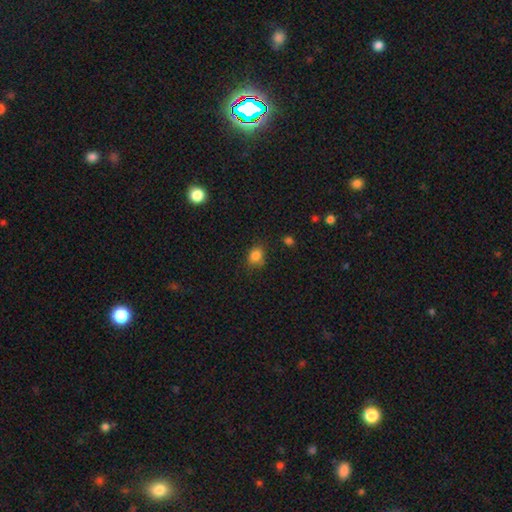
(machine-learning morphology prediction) This is clearly a smooth galaxy (83%). How rounded: possibly round (51%). Merging: likely none (69%).